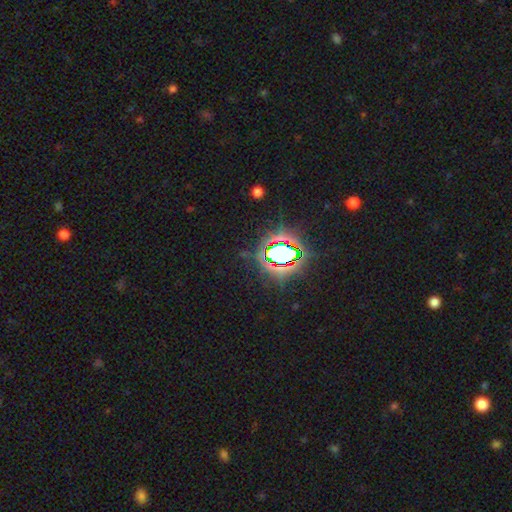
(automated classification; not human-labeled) Morphology: type=star or artifact (82%).